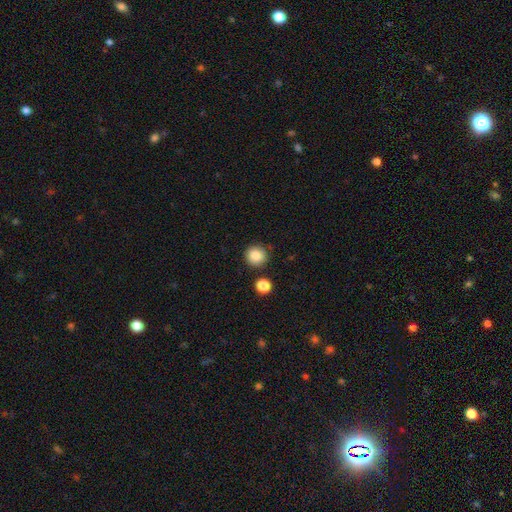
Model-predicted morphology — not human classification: Smooth or featured: smooth — 86% (star or artifact — 10%)
How rounded: round — 93% (in between — 6%)
Merging: none — 87% (minor disturbance — 7%)